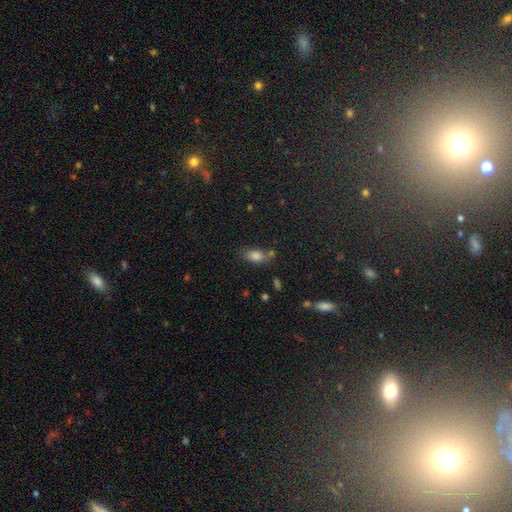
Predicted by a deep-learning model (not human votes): Morphology: type=smooth (82%); roundness=in between (88%); merging=none (59%).